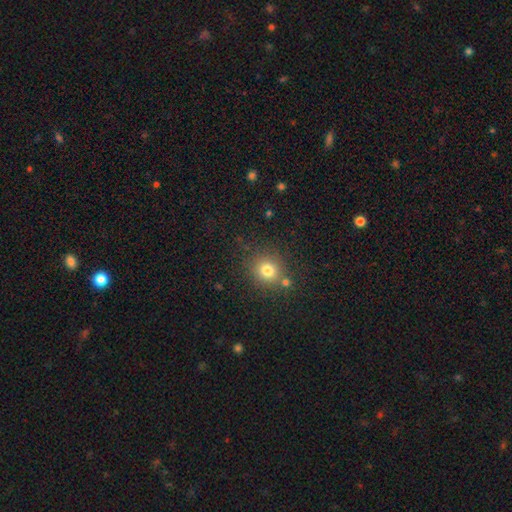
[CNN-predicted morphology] This is likely a smooth galaxy (65%). How rounded: clearly round (90%). Merging: likely none (79%).